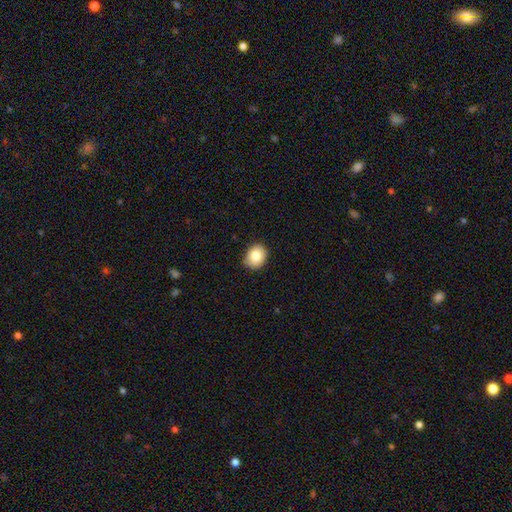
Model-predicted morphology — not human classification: smooth-or-featured: smooth: 83% | star or artifact: 9% | featured or disk: 8%
  how-rounded: round: 61% | in between: 38% | cigar-shaped: 1%
  merging: none: 86% | minor disturbance: 11% | major disturbance: 2% | merger: 1%